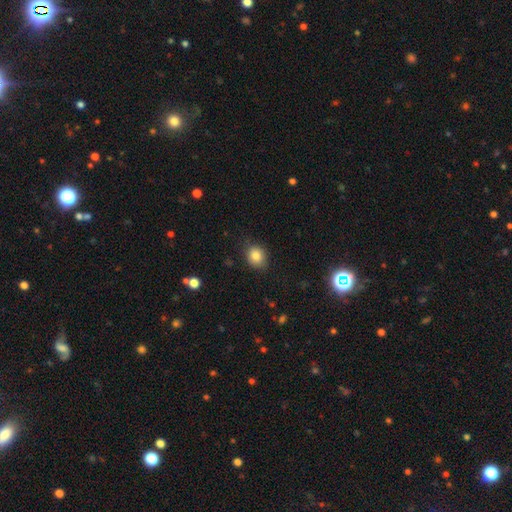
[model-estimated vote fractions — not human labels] Smooth or featured?
  - smooth: 84% *
  - star or artifact: 10%
  - featured or disk: 6%
How rounded?
  - round: 63% *
  - in between: 36%
  - cigar-shaped: 1%
Merging?
  - none: 83% *
  - minor disturbance: 13%
  - major disturbance: 3%
  - merger: 1%